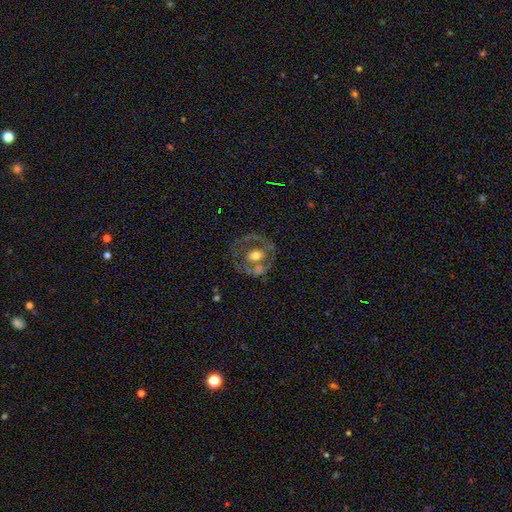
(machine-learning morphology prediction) Smooth or featured? featured or disk (62%)
Edge-on disk? no (95%)
Bar? no (72%)
Spiral arms? no (76%)
Bulge size? moderate (70%)
Merging? none (58%)